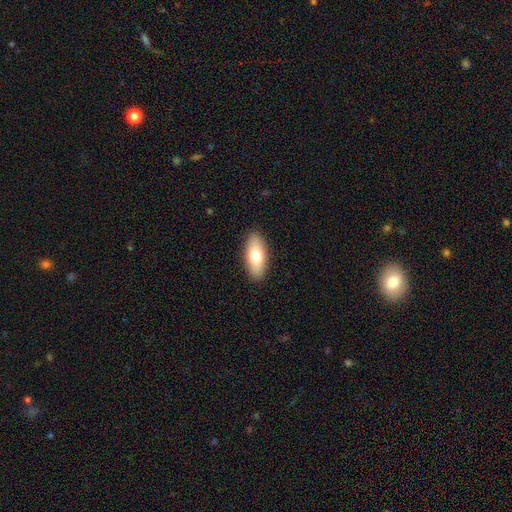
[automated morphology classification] A smooth galaxy with no disk features (72%) that is in between round and cigar-shaped (83%). Merging: none (90%).